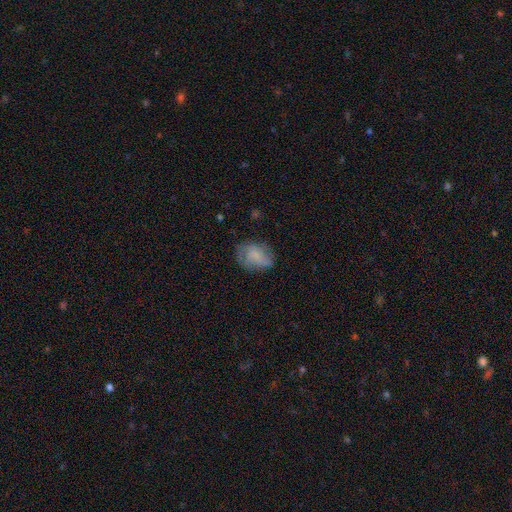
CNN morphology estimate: Overall: smooth (52%; featured or disk 39%). How rounded: in between (66%; round 33%). Merging: none (55%; minor disturbance 27%).